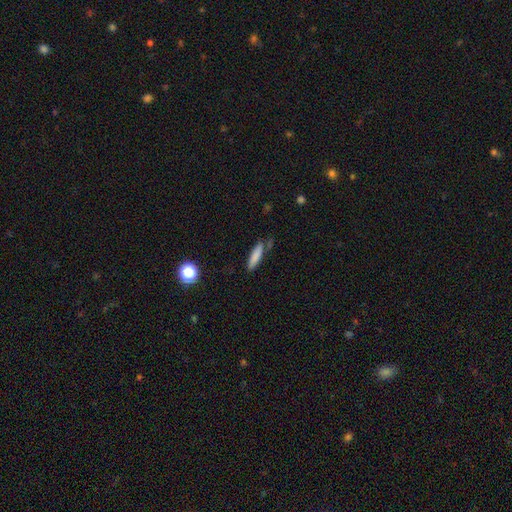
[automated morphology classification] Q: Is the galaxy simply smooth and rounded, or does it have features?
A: smooth — 81%.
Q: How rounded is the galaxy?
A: cigar-shaped — 77%.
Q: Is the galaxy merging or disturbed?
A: none — 75%.